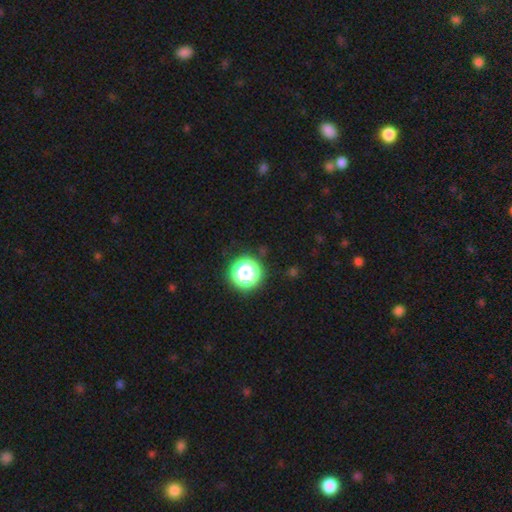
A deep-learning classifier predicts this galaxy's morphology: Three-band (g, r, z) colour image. It shows a star or artifact, not a galaxy (71%).